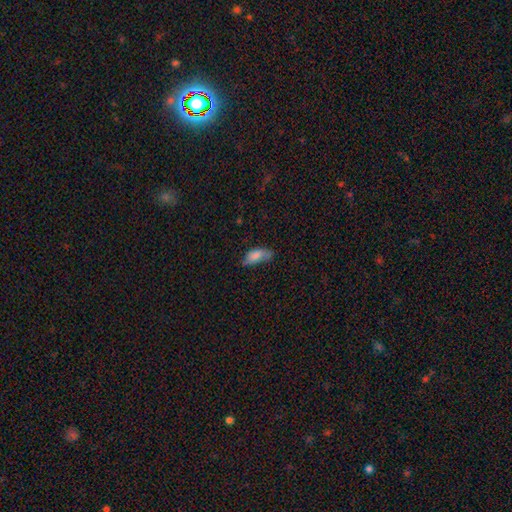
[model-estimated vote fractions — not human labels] Morphology: type=smooth (78%); roundness=in between (83%); merging=none (44%).